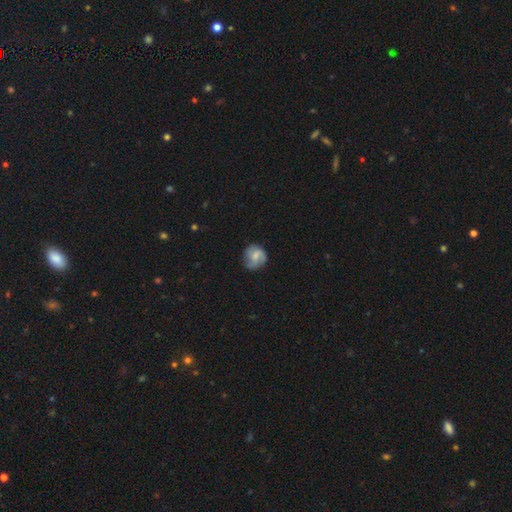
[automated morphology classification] Smooth or featured? Predicted: smooth (p=0.48). Merging? Predicted: none (p=0.69).